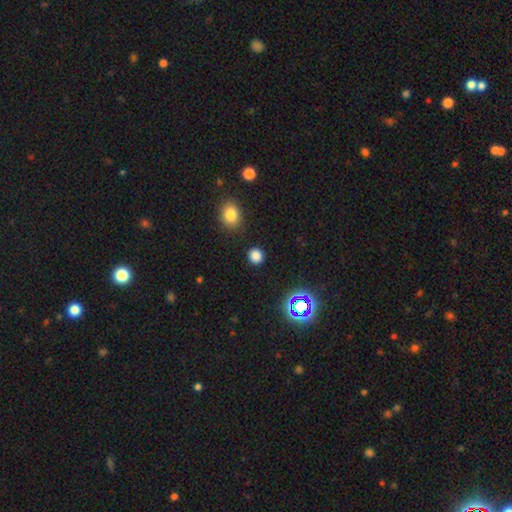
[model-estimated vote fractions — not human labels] Q: Smooth or featured?
A: smooth (79%); runner-up: star or artifact (17%)
Q: How rounded?
A: round (89%); runner-up: in between (10%)
Q: Merging?
A: none (90%); runner-up: minor disturbance (6%)